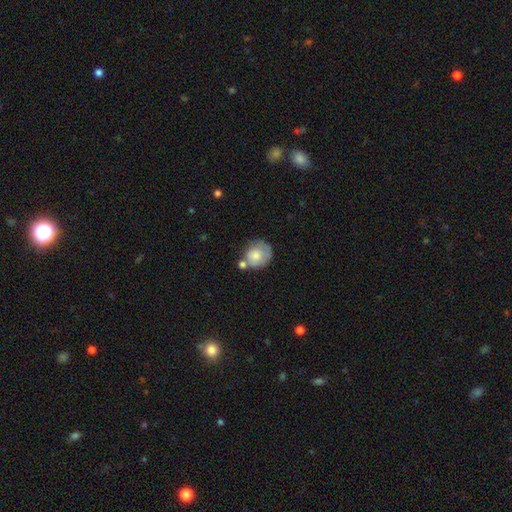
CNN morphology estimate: Q: Smooth or featured?
A: smooth (70%); runner-up: featured or disk (23%)
Q: How rounded?
A: round (79%); runner-up: in between (20%)
Q: Merging?
A: none (49%); runner-up: minor disturbance (23%)